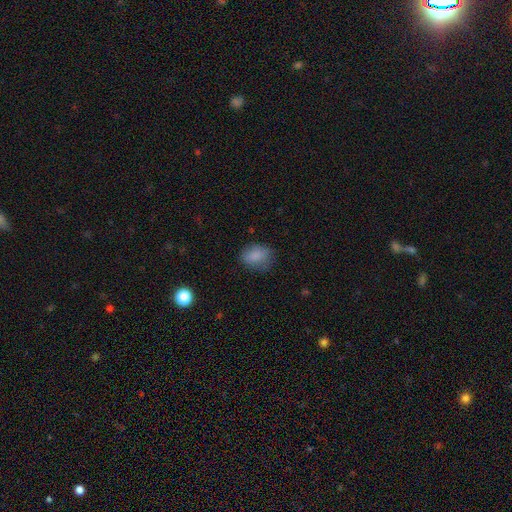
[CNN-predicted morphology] Q: Smooth or featured?
A: smooth (84%); runner-up: star or artifact (9%)
Q: How rounded?
A: in between (68%); runner-up: round (31%)
Q: Merging?
A: none (69%); runner-up: minor disturbance (22%)